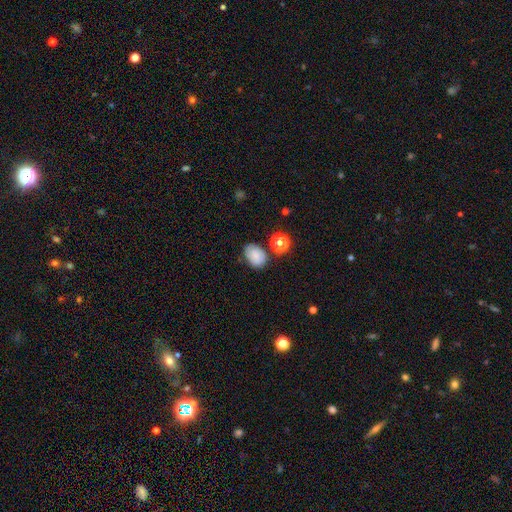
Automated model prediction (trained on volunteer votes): smooth_or_featured: smooth (p=0.69) [alt: featured or disk p=0.20]
how_rounded: in between (p=0.74) [alt: round p=0.25]
merging: none (p=0.70) [alt: minor disturbance p=0.19]